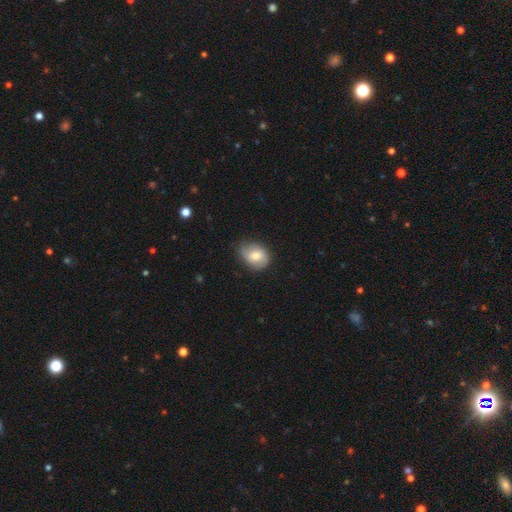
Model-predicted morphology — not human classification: smooth 67%, featured or disk 25%, star or artifact 7%. Down the decision tree: how rounded — in between (55%); merging — none (59%).